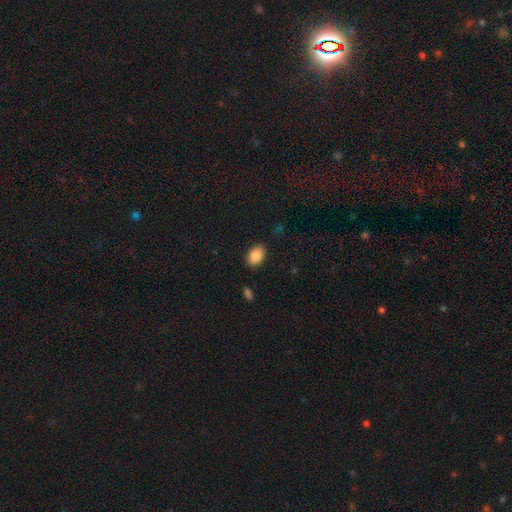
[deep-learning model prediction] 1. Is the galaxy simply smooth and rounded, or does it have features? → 87% smooth, 8% star or artifact, 5% featured or disk.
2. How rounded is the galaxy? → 86% in between, 13% round, 1% cigar-shaped.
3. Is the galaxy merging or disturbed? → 88% none, 9% minor disturbance, 2% major disturbance, 1% merger.